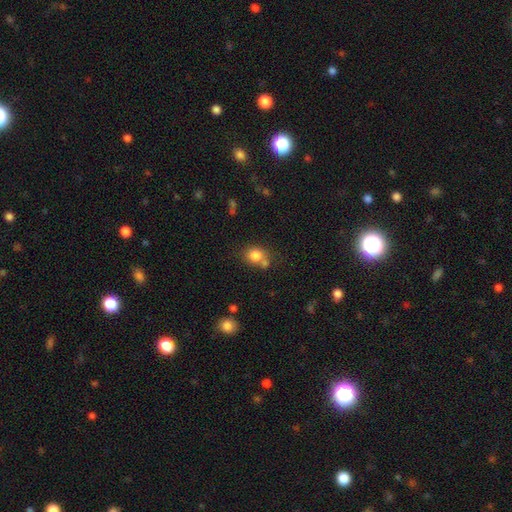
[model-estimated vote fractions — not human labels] Smooth or featured?
  - smooth: 81% *
  - star or artifact: 11%
  - featured or disk: 9%
How rounded?
  - round: 70% *
  - in between: 29%
  - cigar-shaped: 1%
Merging?
  - none: 53% *
  - merger: 29%
  - minor disturbance: 13%
  - major disturbance: 5%